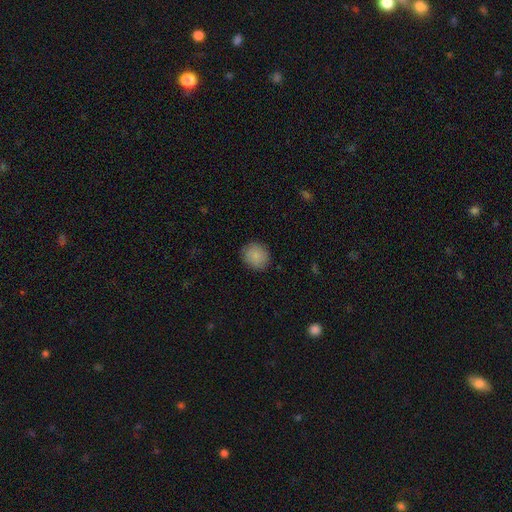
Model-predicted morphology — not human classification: A smooth galaxy with no disk features (87%) that is round (77%). Merging: none (87%).